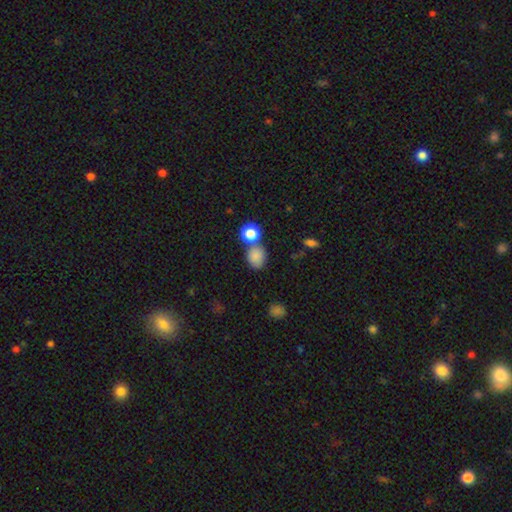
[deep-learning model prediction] Smooth or featured? smooth (84%)
How rounded? round (58%)
Merging? none (55%)